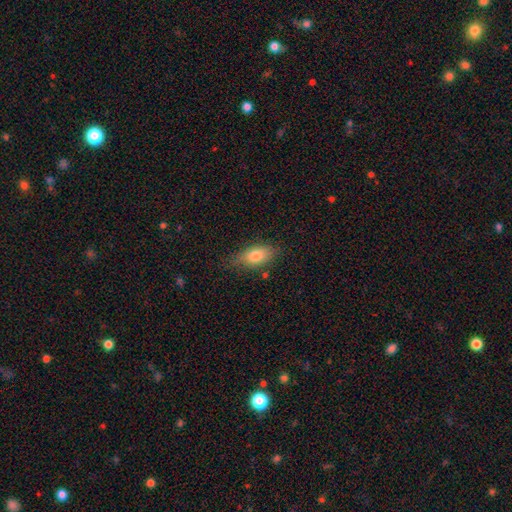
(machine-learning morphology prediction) A smooth galaxy with no disk features (77%) that is in between round and cigar-shaped (85%). Merging: none (69%).